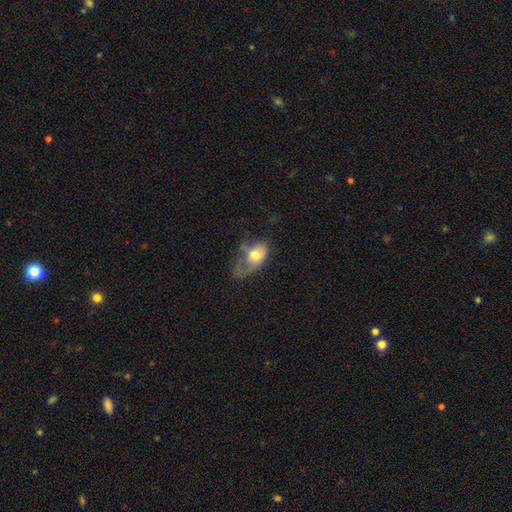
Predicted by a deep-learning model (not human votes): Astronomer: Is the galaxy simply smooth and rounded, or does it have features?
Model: smooth — 65%.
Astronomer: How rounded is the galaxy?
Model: in between — 84%.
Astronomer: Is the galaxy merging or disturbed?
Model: major disturbance — 48% (runner-up: minor disturbance, 26%).